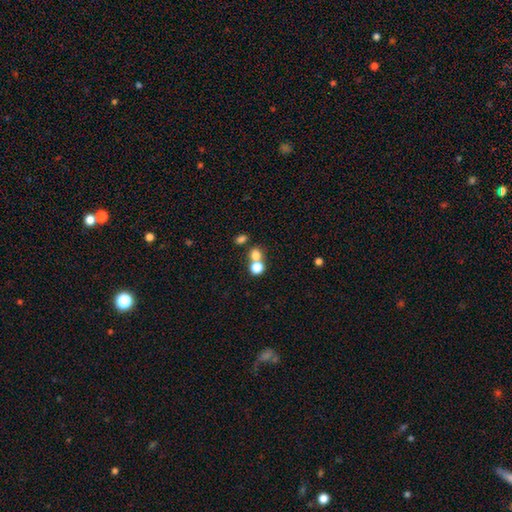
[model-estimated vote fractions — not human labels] The model was most divided on "merging": none: 48%, merger: 42%, minor disturbance: 7%, major disturbance: 4%. More confident: smooth or featured — smooth (76%); how rounded — round (70%).